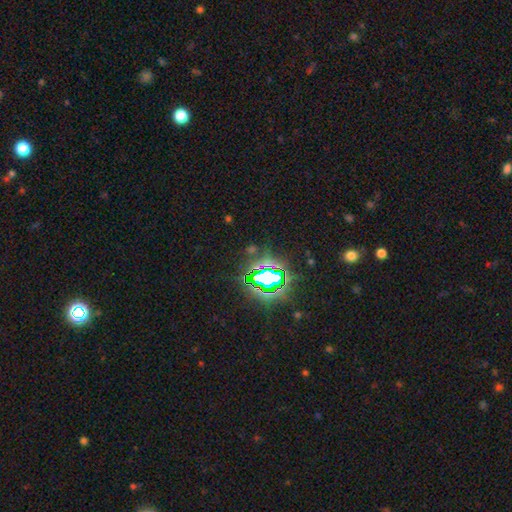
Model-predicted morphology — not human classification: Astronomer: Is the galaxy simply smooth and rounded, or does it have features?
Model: star or artifact — 82%.